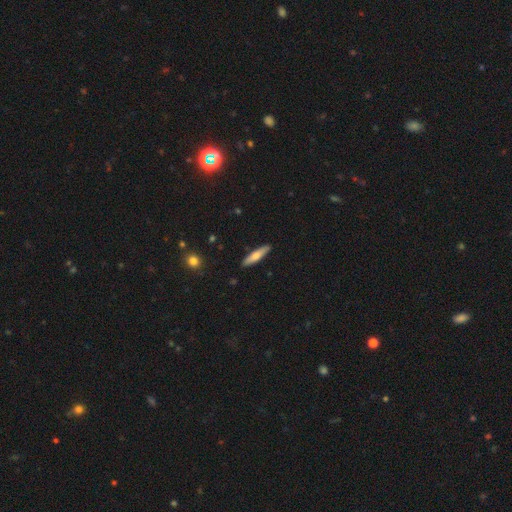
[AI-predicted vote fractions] Smooth or featured? smooth (64%)
How rounded? cigar-shaped (83%)
Merging? none (89%)